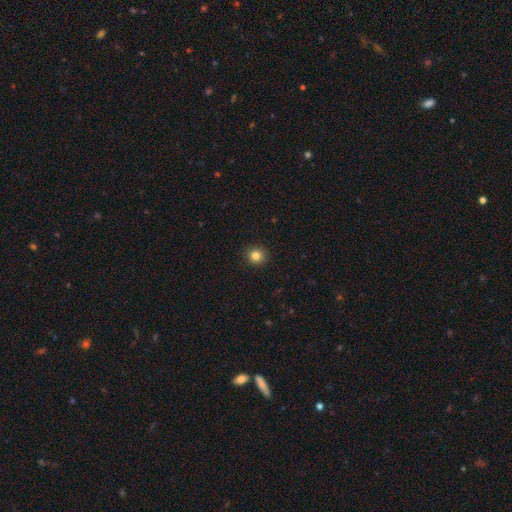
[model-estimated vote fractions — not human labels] Overall: smooth (82%). How rounded: round (92%). Merging: none (92%).